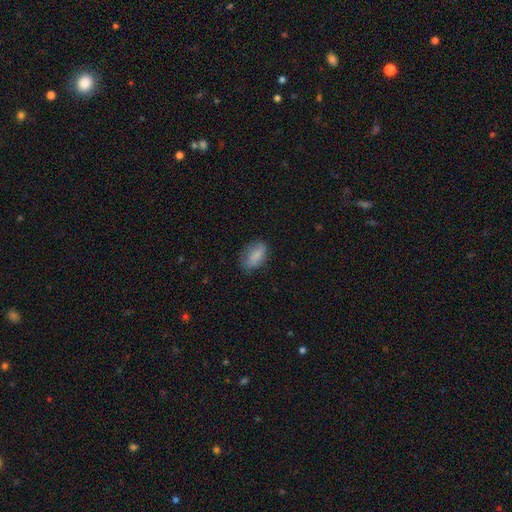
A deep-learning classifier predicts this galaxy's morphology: Smooth or featured? Predicted: smooth (p=0.83). How rounded? Predicted: in between (p=0.88). Merging? Predicted: none (p=0.70).